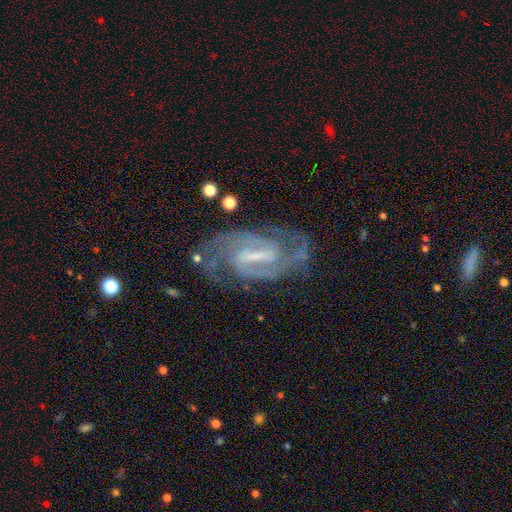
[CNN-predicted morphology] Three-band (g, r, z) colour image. It shows a featured or disk galaxy (89%) with a strong bar (54%), 2 (78%) tight (47%) spiral arms (97%) and a small central bulge (48%). Merging: none (72%).